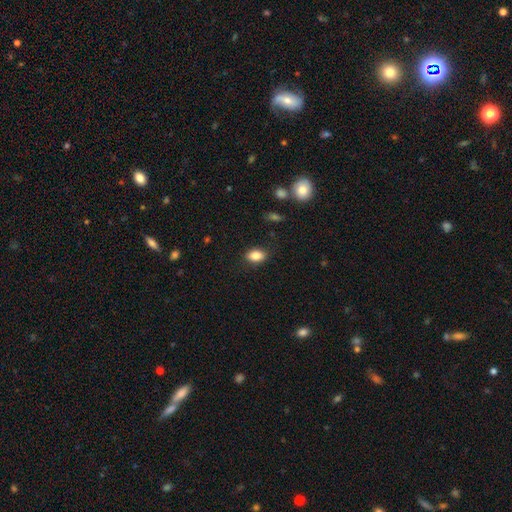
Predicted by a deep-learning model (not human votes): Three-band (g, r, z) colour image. It shows a smooth galaxy with no disk features (85%) that is in between round and cigar-shaped (83%). Merging: none (85%).